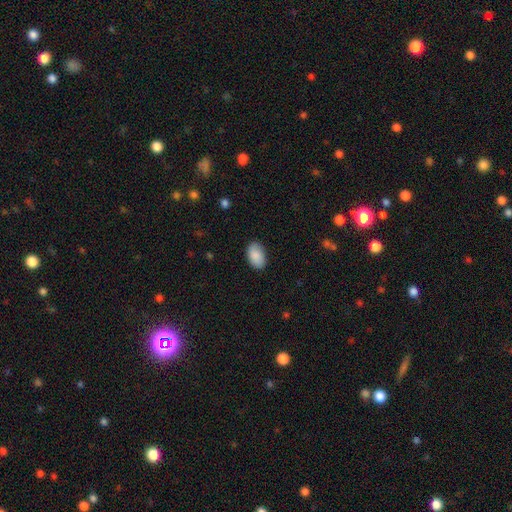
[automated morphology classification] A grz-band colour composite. It shows a smooth galaxy with no disk features (89%) that is in between round and cigar-shaped (93%). Merging: none (85%).